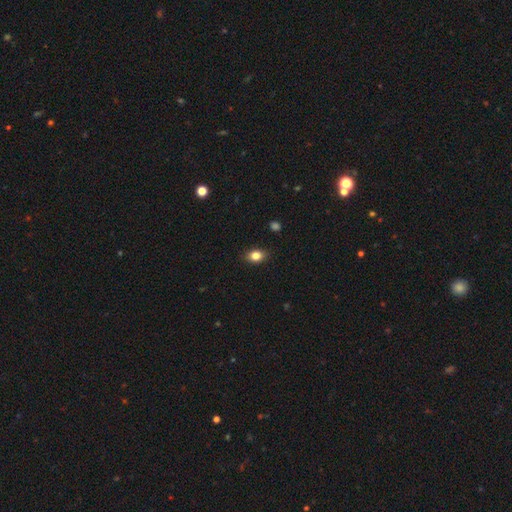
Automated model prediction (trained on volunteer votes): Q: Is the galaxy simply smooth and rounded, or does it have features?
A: smooth — 82%.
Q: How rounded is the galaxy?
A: in between — 70%.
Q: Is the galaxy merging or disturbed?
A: none — 86%.